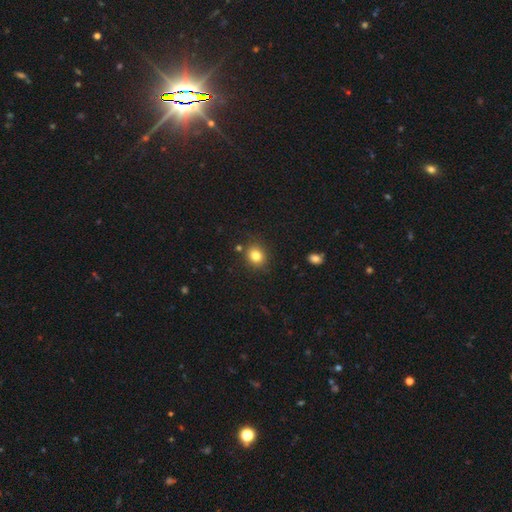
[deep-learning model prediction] The model was most divided on "how rounded": round: 67%, in between: 32%, cigar-shaped: 1%. More confident: merging — none (83%); smooth or featured — smooth (81%).